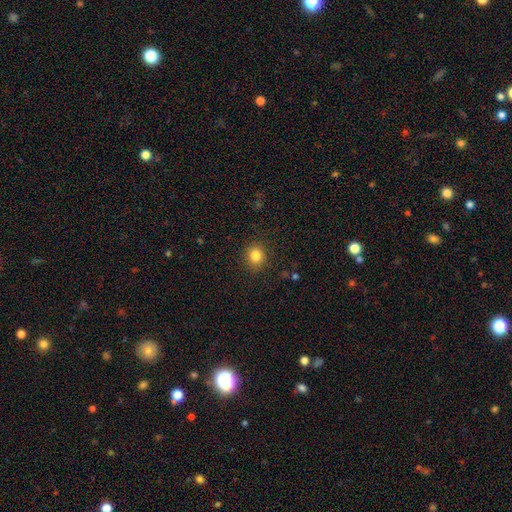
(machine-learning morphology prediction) smooth 83%, star or artifact 12%, featured or disk 6%. Down the decision tree: how rounded — round (81%); merging — none (89%).